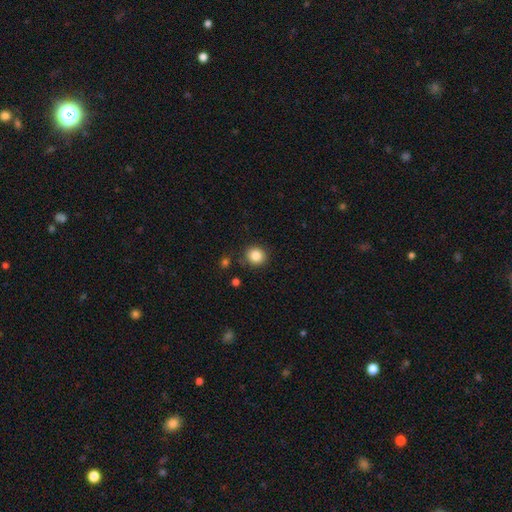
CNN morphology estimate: This appears to be a smooth galaxy with no disk features (85%) that is round (91%). Merging: none (86%).